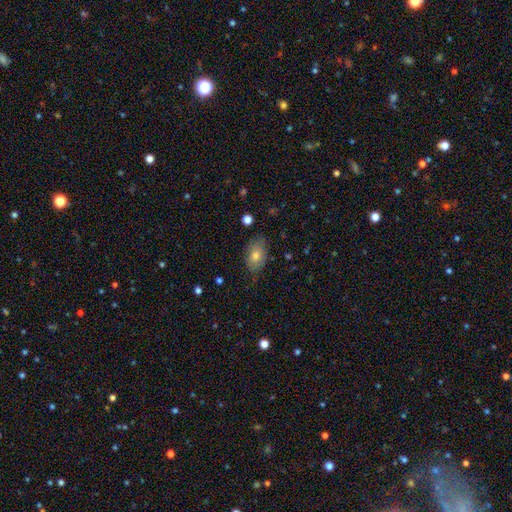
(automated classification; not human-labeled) Smooth or featured?
  - smooth: 72% *
  - featured or disk: 17%
  - star or artifact: 11%
How rounded?
  - in between: 87% *
  - round: 11%
  - cigar-shaped: 2%
Merging?
  - none: 79% *
  - minor disturbance: 16%
  - major disturbance: 3%
  - merger: 1%